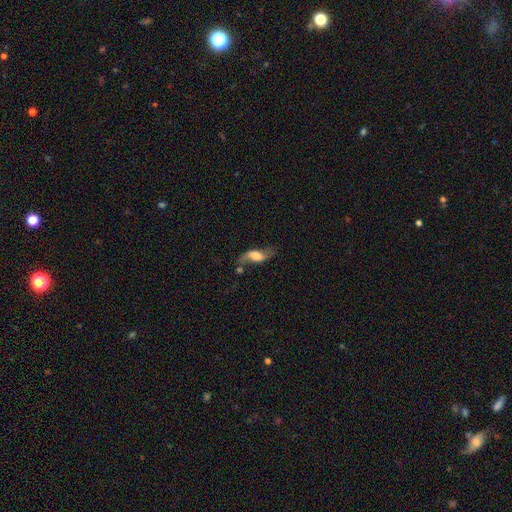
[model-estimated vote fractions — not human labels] A featured or disk galaxy (54%). Merging: none (47%).